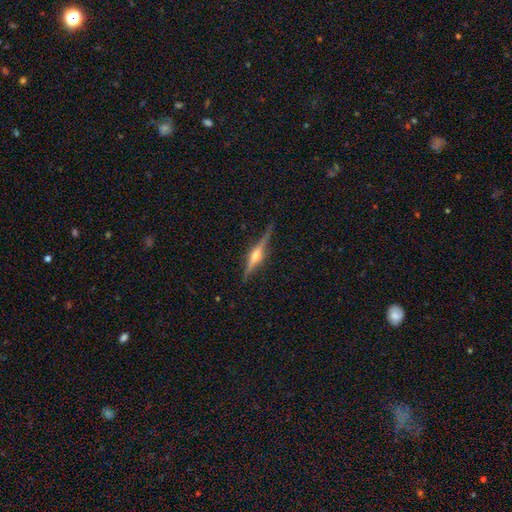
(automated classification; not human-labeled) A featured or disk galaxy (83%) viewed edge-on (98%) with a rounded central bulge (91%).

Vote fractions:
- Smooth or featured? featured or disk: 83% / smooth: 11% / star or artifact: 6%
- Edge-on disk? yes: 98% / no: 2%
- Edge-on bulge? rounded: 91% / boxy: 6% / none: 3%
- Merging? none: 88% / minor disturbance: 9% / major disturbance: 2% / merger: 1%